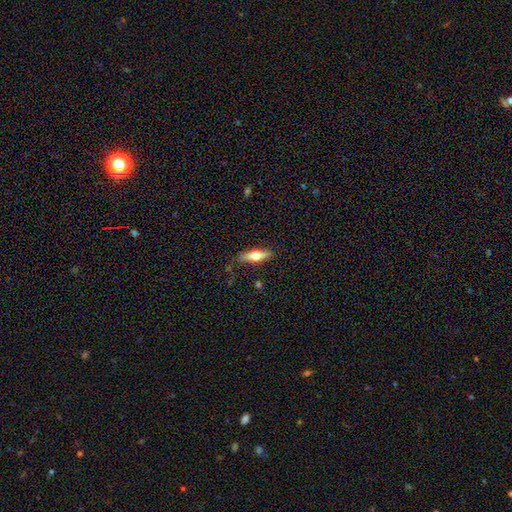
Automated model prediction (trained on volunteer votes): This is possibly a smooth galaxy (55%). How rounded: likely cigar-shaped (60%). Merging: clearly none (85%).